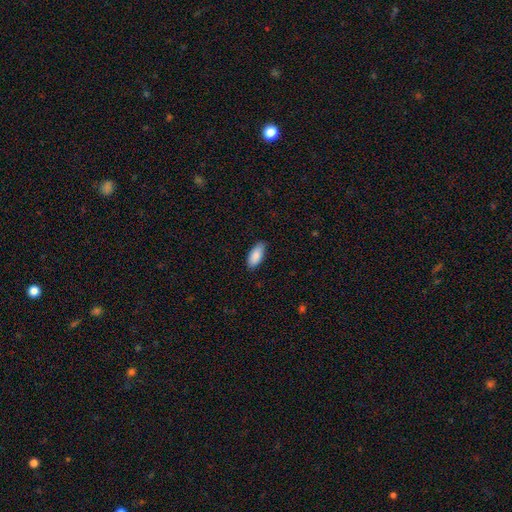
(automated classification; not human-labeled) Smooth or featured: smooth — 89% (star or artifact — 6%)
How rounded: in between — 87% (cigar-shaped — 11%)
Merging: none — 83% (minor disturbance — 14%)